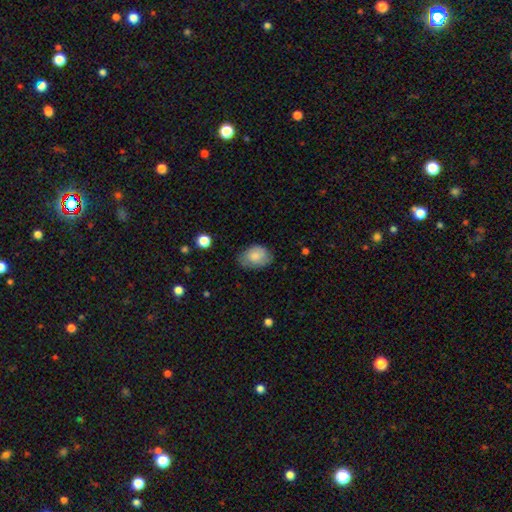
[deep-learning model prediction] Smooth or featured?
  - smooth: 79% *
  - featured or disk: 14%
  - star or artifact: 7%
How rounded?
  - in between: 76% *
  - round: 23%
  - cigar-shaped: 1%
Merging?
  - none: 62% *
  - minor disturbance: 29%
  - major disturbance: 7%
  - merger: 1%